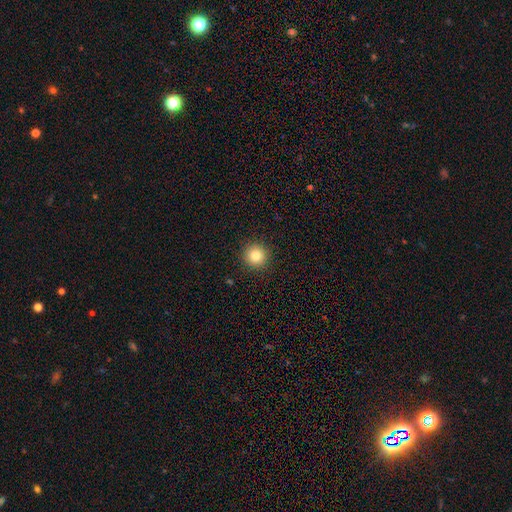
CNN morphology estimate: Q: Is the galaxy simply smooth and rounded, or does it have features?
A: smooth — 82%.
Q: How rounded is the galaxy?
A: round — 96%.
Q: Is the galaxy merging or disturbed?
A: none — 93%.